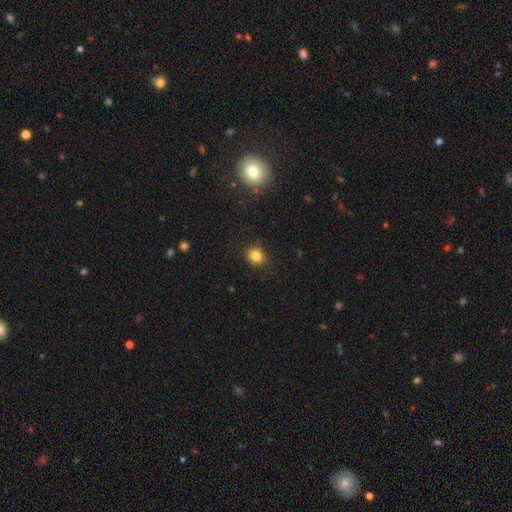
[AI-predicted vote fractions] smooth 84%, star or artifact 11%, featured or disk 6%. Down the decision tree: how rounded — in between (50%); merging — none (89%).